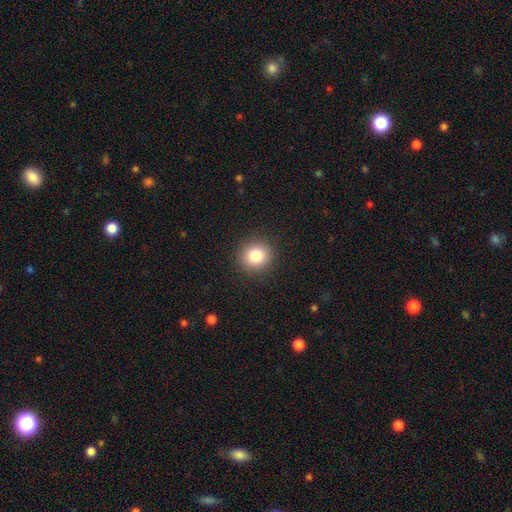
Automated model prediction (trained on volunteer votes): A smooth galaxy with no disk features (82%) that is round (92%). Merging: none (92%).